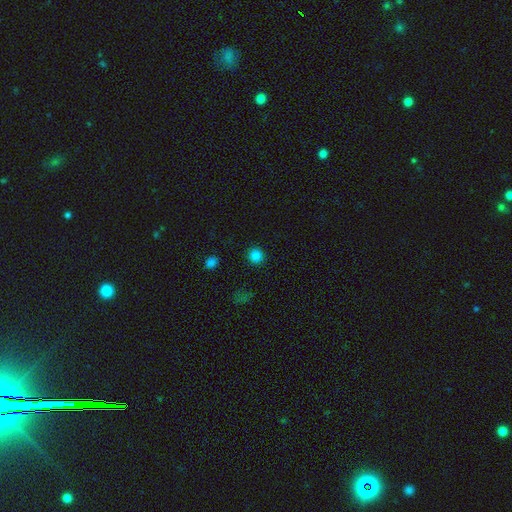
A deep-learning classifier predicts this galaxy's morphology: Smooth or featured: smooth — 83% (star or artifact — 13%)
How rounded: round — 94% (in between — 5%)
Merging: none — 91% (minor disturbance — 5%)